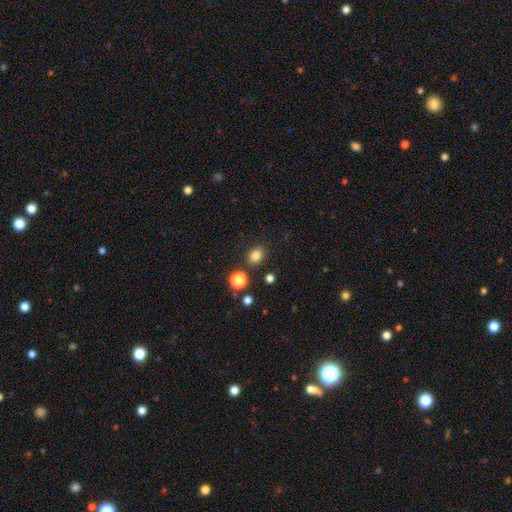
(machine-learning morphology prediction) Smooth or featured? smooth (81%)
How rounded? round (51%)
Merging? none (82%)